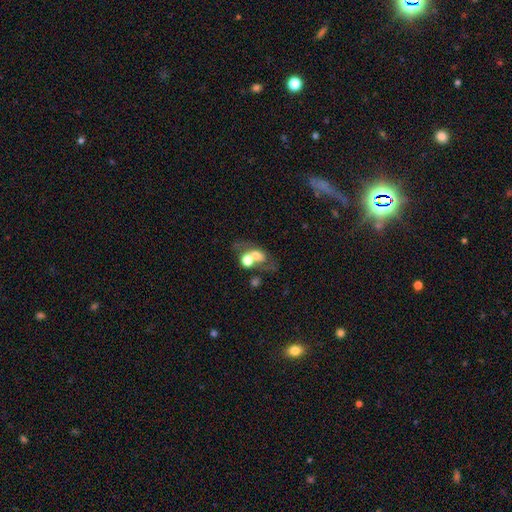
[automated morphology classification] Q: Smooth or featured?
A: smooth (50%); runner-up: featured or disk (36%)
Q: How rounded?
A: in between (58%); runner-up: round (40%)
Q: Merging?
A: merger (46%); runner-up: none (32%)